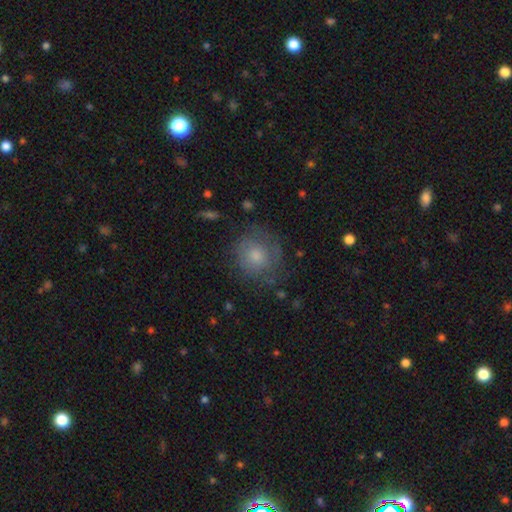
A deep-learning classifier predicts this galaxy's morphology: The model was most divided on "smooth or featured": smooth: 64%, featured or disk: 26%, star or artifact: 9%. More confident: how rounded — round (84%); merging — none (66%).